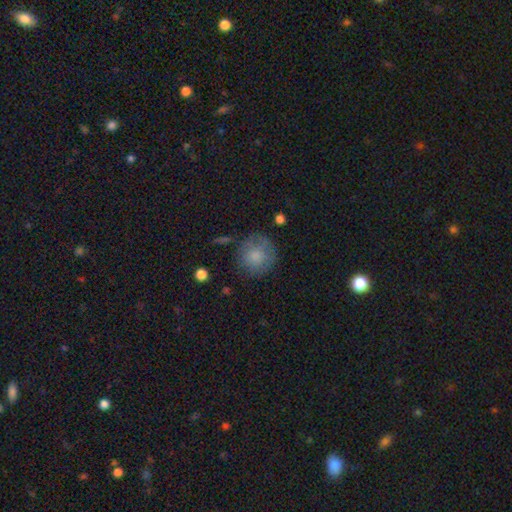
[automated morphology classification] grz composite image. It shows a smooth galaxy with no disk features (78%) that is round (90%). Merging: none (70%).